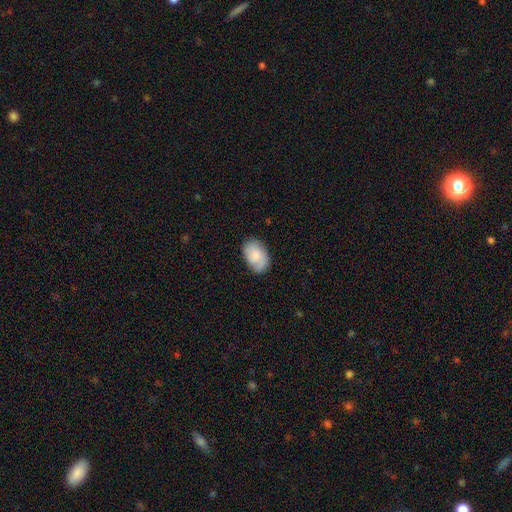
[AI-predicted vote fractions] Smooth or featured? smooth (73%)
How rounded? in between (88%)
Merging? none (70%)